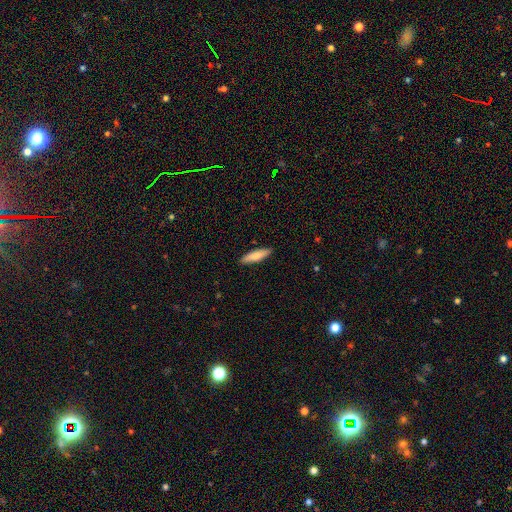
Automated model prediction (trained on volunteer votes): Smooth or featured?
  - smooth: 77% *
  - featured or disk: 18%
  - star or artifact: 6%
How rounded?
  - cigar-shaped: 69% *
  - in between: 29%
  - round: 2%
Merging?
  - none: 90% *
  - minor disturbance: 8%
  - major disturbance: 2%
  - merger: 1%